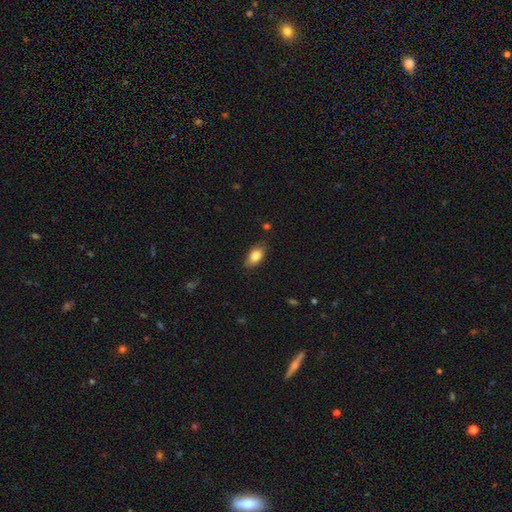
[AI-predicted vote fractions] Q: Smooth or featured?
A: smooth (83%); runner-up: featured or disk (10%)
Q: How rounded?
A: in between (90%); runner-up: round (6%)
Q: Merging?
A: none (82%); runner-up: minor disturbance (14%)